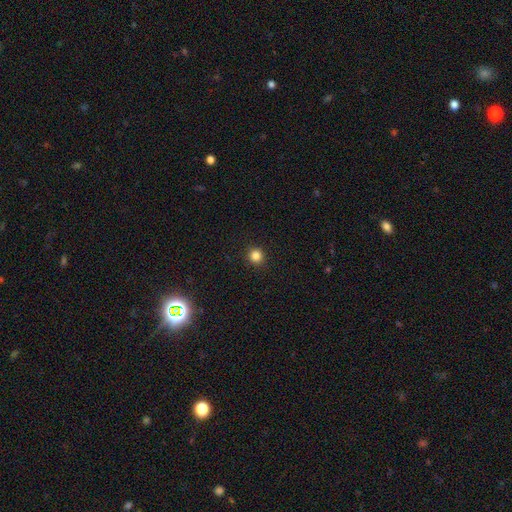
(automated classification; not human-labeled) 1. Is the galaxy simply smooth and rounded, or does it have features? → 85% smooth, 12% star or artifact, 4% featured or disk.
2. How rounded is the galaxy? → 94% round, 5% in between, 1% cigar-shaped.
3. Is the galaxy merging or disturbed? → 93% none, 5% minor disturbance, 2% major disturbance, 1% merger.